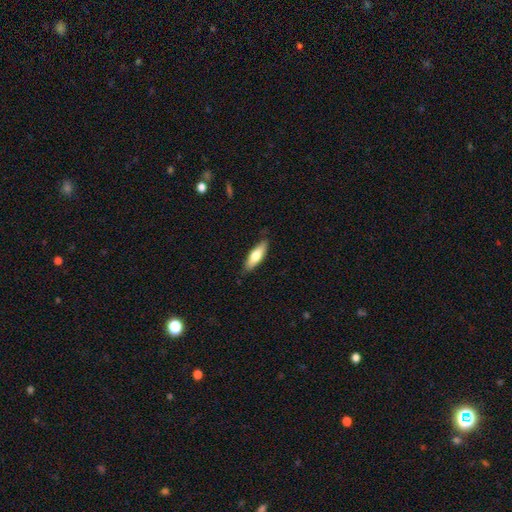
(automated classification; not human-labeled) smooth_or_featured: smooth (p=0.66) [alt: featured or disk p=0.29]
how_rounded: cigar-shaped (p=0.49) [tied with: in between p=0.49]
merging: none (p=0.84) [alt: minor disturbance p=0.12]